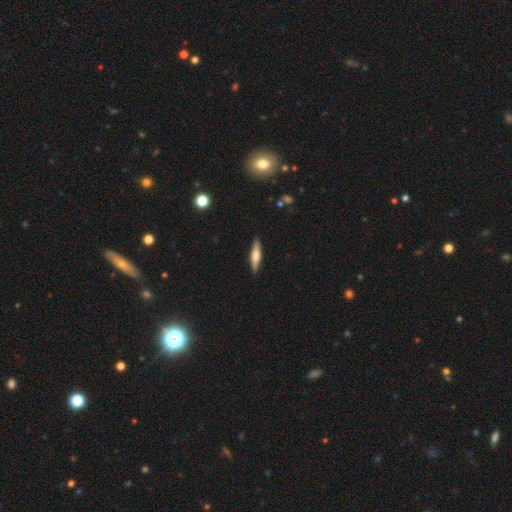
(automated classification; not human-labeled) Q: Smooth or featured?
A: smooth (49%); runner-up: featured or disk (46%)
Q: Merging?
A: none (90%); runner-up: minor disturbance (7%)